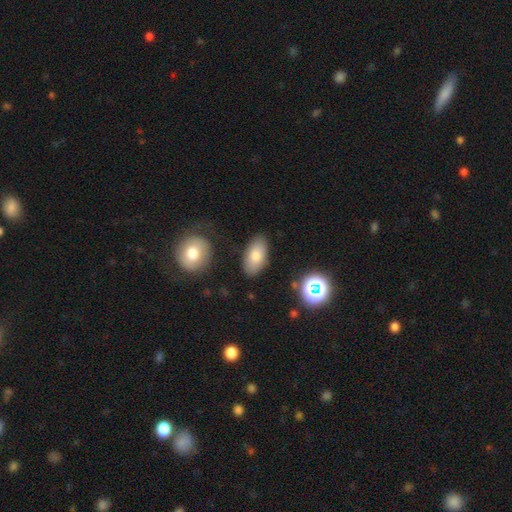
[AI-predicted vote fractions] smooth 78%, featured or disk 14%, star or artifact 8%. Down the decision tree: how rounded — in between (92%); merging — none (83%).